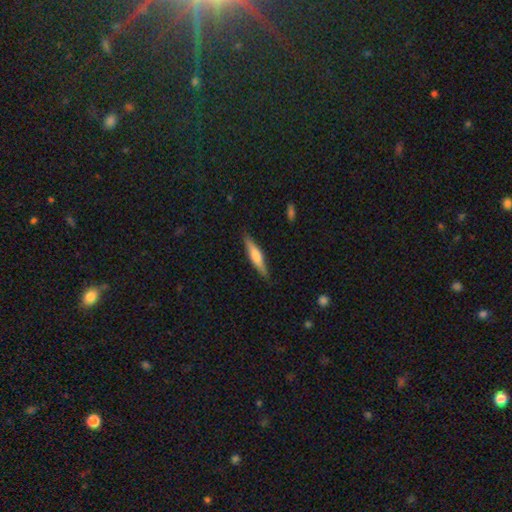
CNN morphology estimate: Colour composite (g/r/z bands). It shows a featured or disk galaxy (47%, tied with smooth). Merging: none (86%).